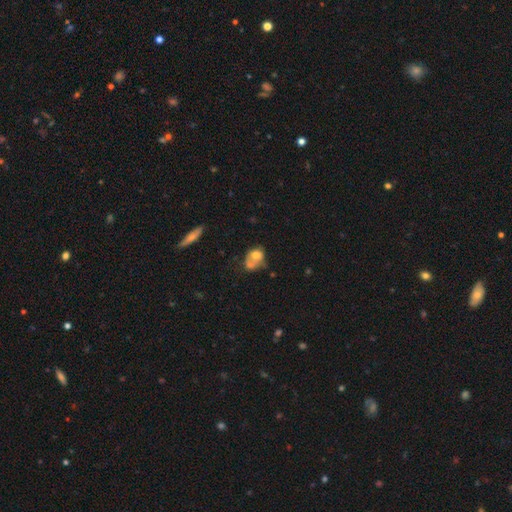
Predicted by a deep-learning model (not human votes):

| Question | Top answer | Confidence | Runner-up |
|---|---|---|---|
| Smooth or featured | smooth | 61% | featured or disk (29%) |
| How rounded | in between | 61% | round (37%) |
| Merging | merger | 38% | none (25%) |